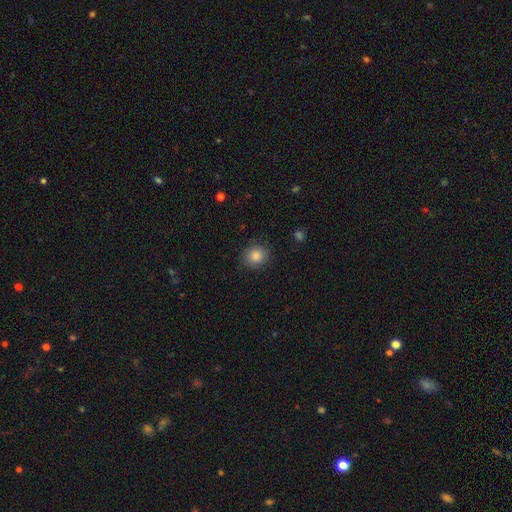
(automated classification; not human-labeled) Morphology: type=smooth (84%); roundness=round (84%); merging=none (89%).